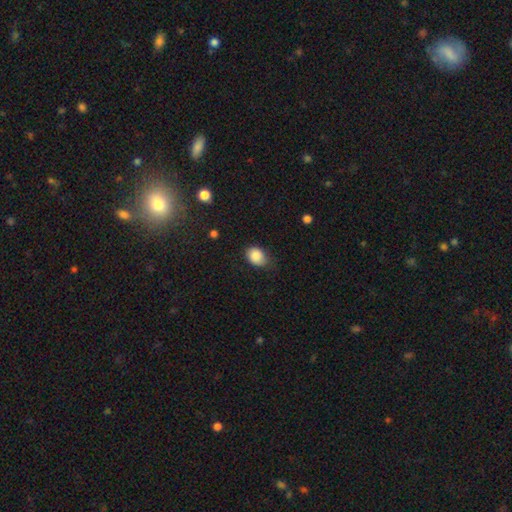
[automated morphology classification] This appears to be a smooth galaxy with no disk features (86%) that is in between round and cigar-shaped (65%). Merging: none (64%).